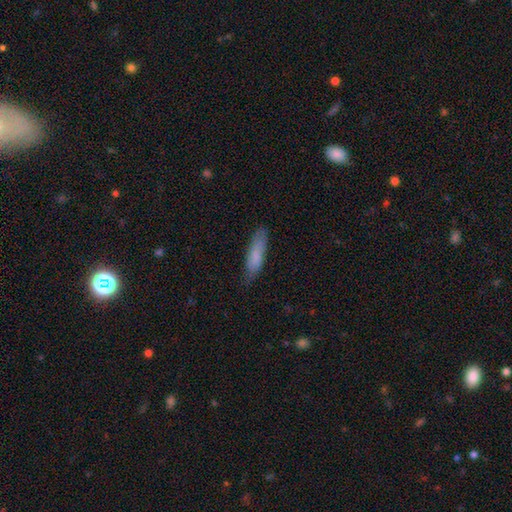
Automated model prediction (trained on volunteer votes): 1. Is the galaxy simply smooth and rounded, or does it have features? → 79% smooth, 15% featured or disk, 6% star or artifact.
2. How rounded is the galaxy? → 65% cigar-shaped, 33% in between, 2% round.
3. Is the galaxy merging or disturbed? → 75% none, 19% minor disturbance, 4% major disturbance, 1% merger.